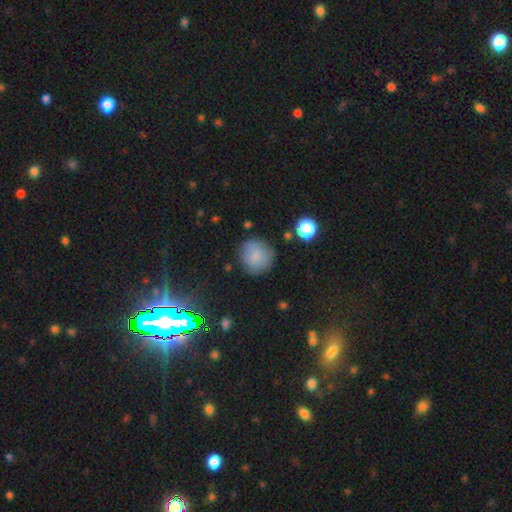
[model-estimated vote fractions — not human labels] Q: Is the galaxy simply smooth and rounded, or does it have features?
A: smooth — 76%.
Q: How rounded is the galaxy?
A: round — 91%.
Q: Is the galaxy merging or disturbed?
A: none — 76%.